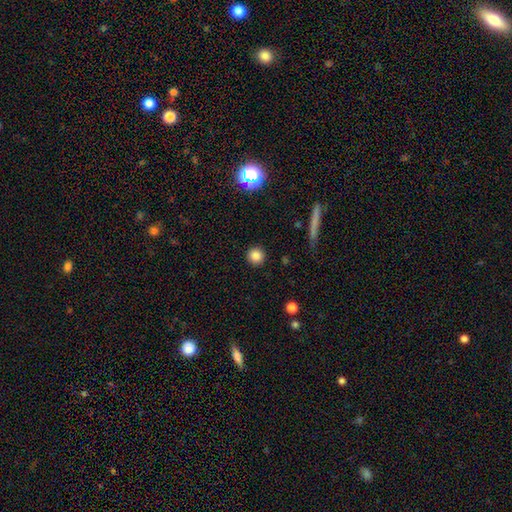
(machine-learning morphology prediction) smooth_or_featured: smooth (p=0.84) [alt: star or artifact p=0.11]
how_rounded: round (p=0.94) [alt: in between p=0.05]
merging: none (p=0.92) [alt: minor disturbance p=0.05]